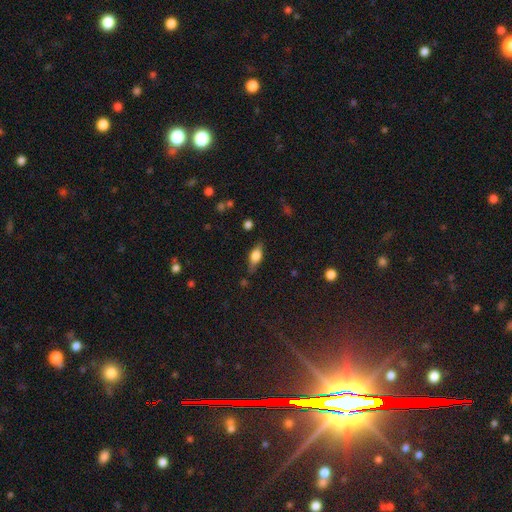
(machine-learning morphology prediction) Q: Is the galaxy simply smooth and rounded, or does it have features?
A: smooth — 55%.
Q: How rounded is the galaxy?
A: in between — 75%.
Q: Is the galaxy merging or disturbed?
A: none — 77%.